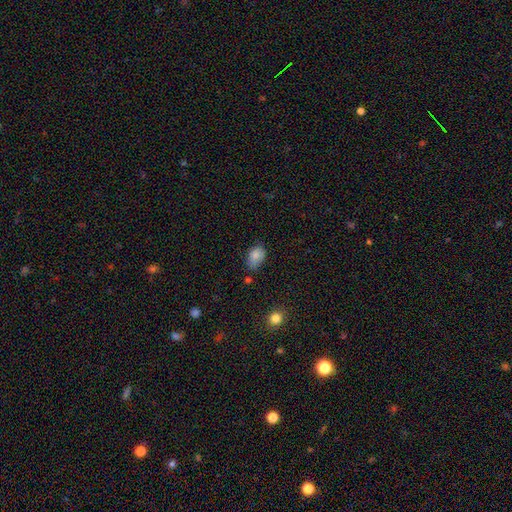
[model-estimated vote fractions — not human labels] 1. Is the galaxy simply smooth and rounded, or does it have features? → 82% smooth, 10% star or artifact, 8% featured or disk.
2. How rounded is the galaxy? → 82% in between, 17% round, 1% cigar-shaped.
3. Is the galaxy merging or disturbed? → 53% none, 35% minor disturbance, 8% major disturbance, 5% merger.